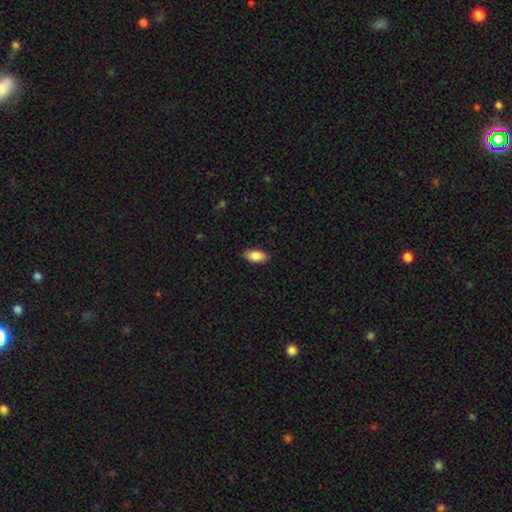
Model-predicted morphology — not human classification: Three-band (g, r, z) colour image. It shows a smooth galaxy with no disk features (85%) that is in between round and cigar-shaped (92%). Merging: none (88%).